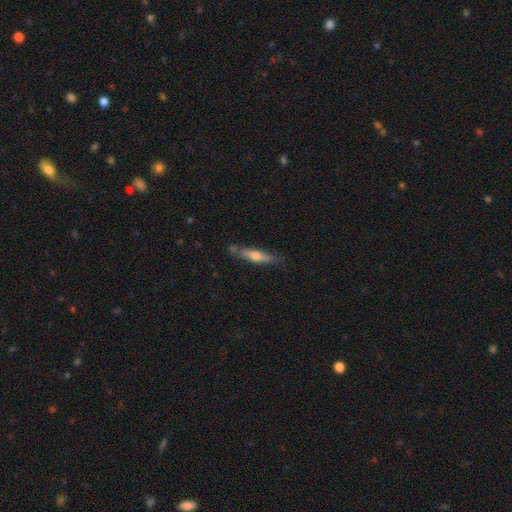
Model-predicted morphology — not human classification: Smooth or featured? Predicted: smooth (p=0.50). Merging? Predicted: none (p=0.75).